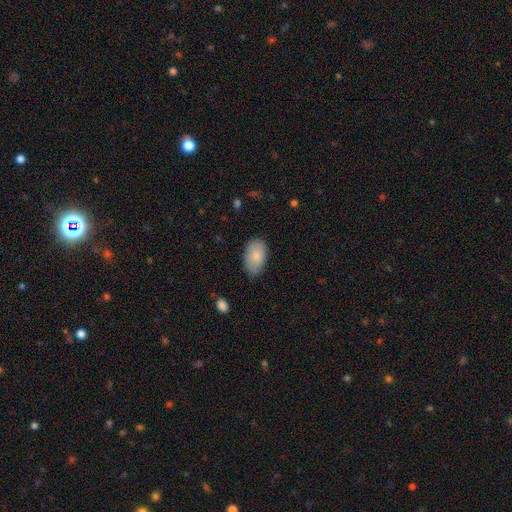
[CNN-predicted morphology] The model was most divided on "merging": none: 75%, minor disturbance: 21%, major disturbance: 4%, merger: 1%. More confident: how rounded — in between (93%); smooth or featured — smooth (83%).